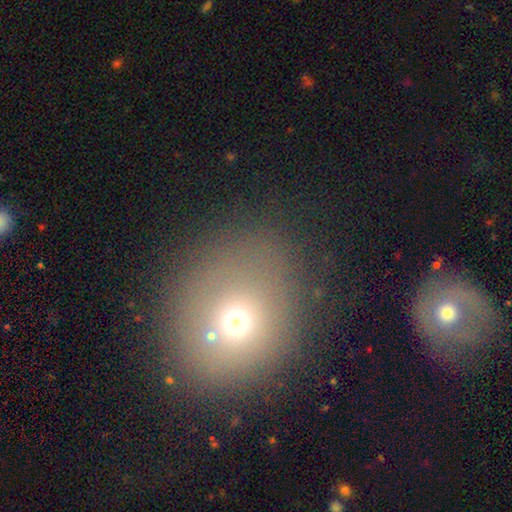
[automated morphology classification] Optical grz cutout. It shows a smooth galaxy with no disk features (65%) that is round (71%). Merging: none (68%).